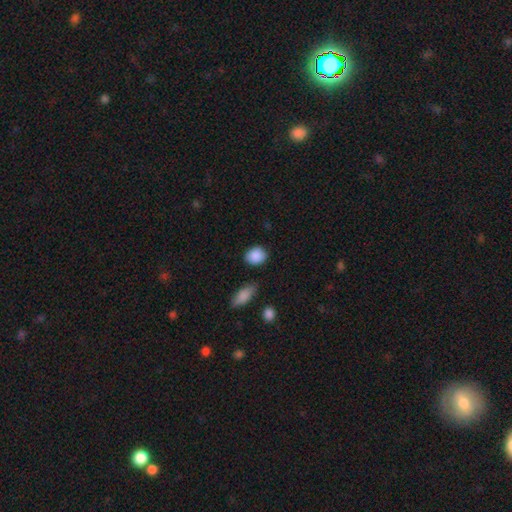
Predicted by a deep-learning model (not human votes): smooth 89%, star or artifact 7%, featured or disk 4%. Down the decision tree: how rounded — round (60%); merging — none (79%).